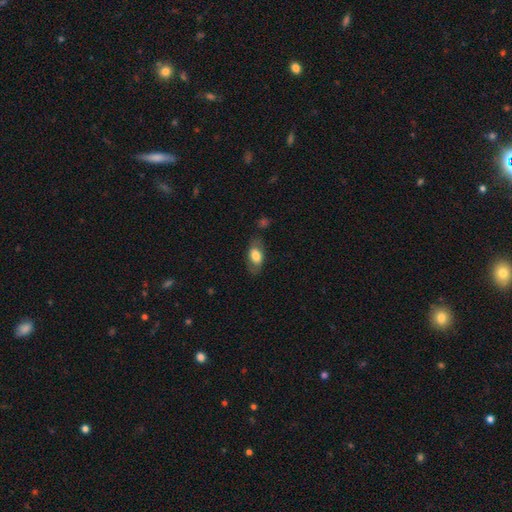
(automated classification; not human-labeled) A smooth galaxy with no disk features (69%) that is in between round and cigar-shaped (90%).

Vote fractions:
- Smooth or featured? smooth: 69% / featured or disk: 24% / star or artifact: 7%
- How rounded? in between: 90% / cigar-shaped: 6% / round: 5%
- Merging? none: 73% / minor disturbance: 17% / major disturbance: 7% / merger: 3%